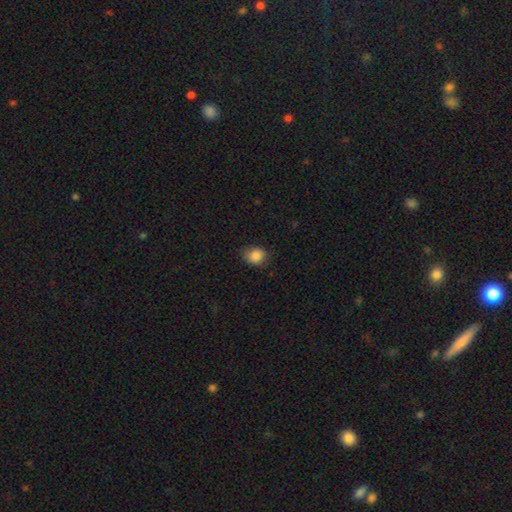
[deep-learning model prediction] A smooth galaxy with no disk features (86%) that is round (63%).

Vote fractions:
- Smooth or featured? smooth: 86% / star or artifact: 10% / featured or disk: 4%
- How rounded? round: 63% / in between: 36% / cigar-shaped: 1%
- Merging? none: 75% / minor disturbance: 20% / major disturbance: 4% / merger: 1%